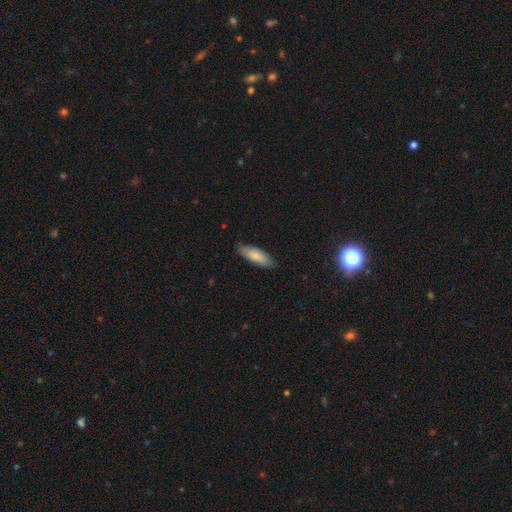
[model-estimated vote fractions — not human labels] Morphology: type=smooth (80%); roundness=in between (57%); merging=none (82%).